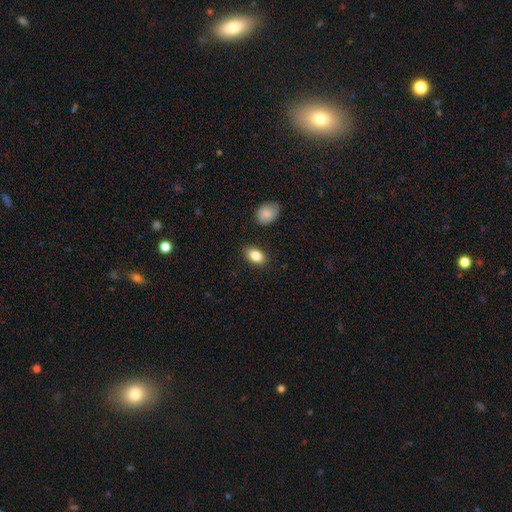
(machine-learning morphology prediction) smooth-or-featured: smooth: 84% | star or artifact: 8% | featured or disk: 7%
  how-rounded: in between: 85% | round: 13% | cigar-shaped: 2%
  merging: none: 86% | minor disturbance: 9% | major disturbance: 2% | merger: 2%